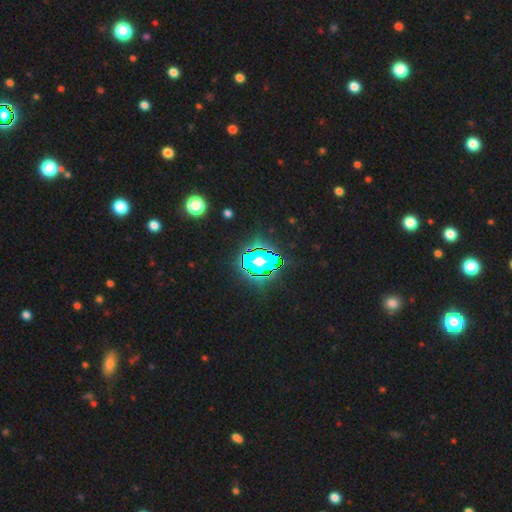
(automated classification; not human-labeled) Smooth or featured? star or artifact (81%)